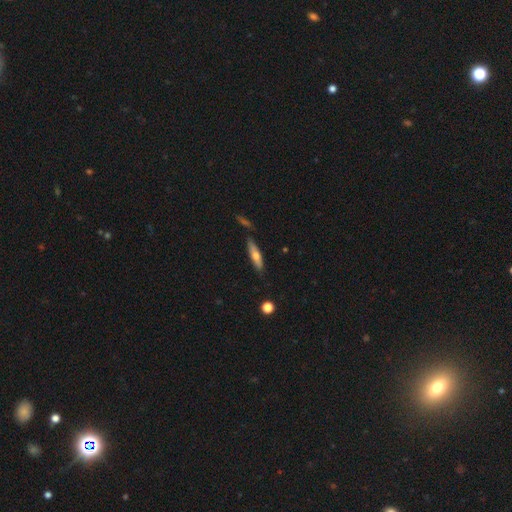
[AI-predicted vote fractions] This appears to be a smooth galaxy with no disk features (56%) that is cigar-shaped (78%). Merging: none (78%).